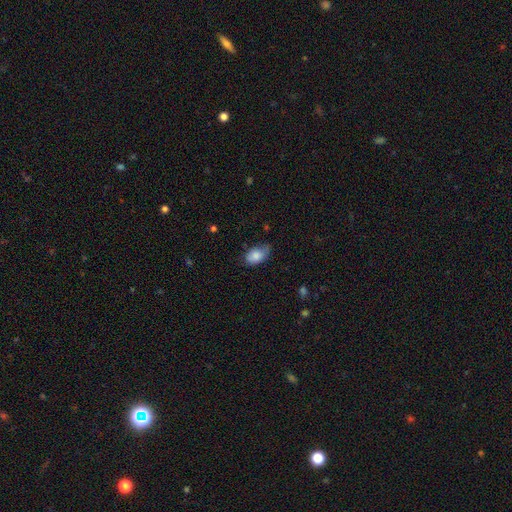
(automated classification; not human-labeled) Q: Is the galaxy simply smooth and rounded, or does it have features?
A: smooth — 81%.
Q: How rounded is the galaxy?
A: in between — 90%.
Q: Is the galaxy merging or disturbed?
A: none — 52%.